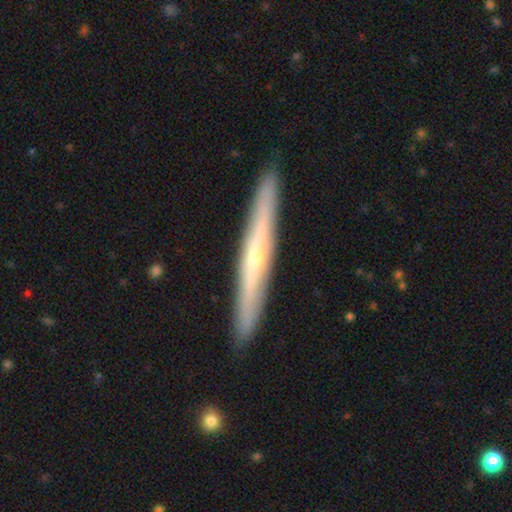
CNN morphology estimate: Overall: featured or disk (67%; smooth 28%). Edge-on disk: yes (94%). Edge-on bulge: rounded (63%; none 33%). Merging: none (92%).